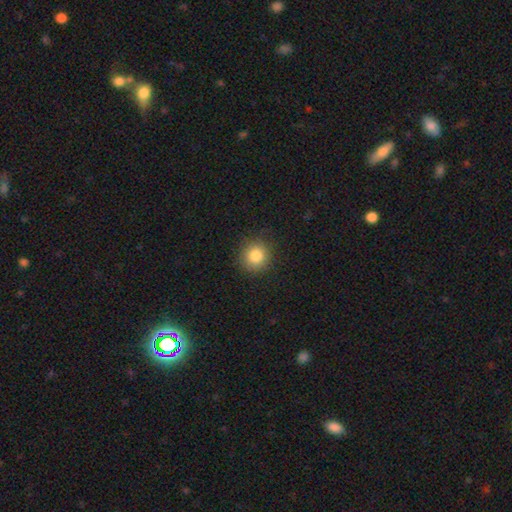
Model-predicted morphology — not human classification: Smooth or featured: smooth — 83% (star or artifact — 11%)
How rounded: round — 90% (in between — 9%)
Merging: none — 90% (minor disturbance — 7%)